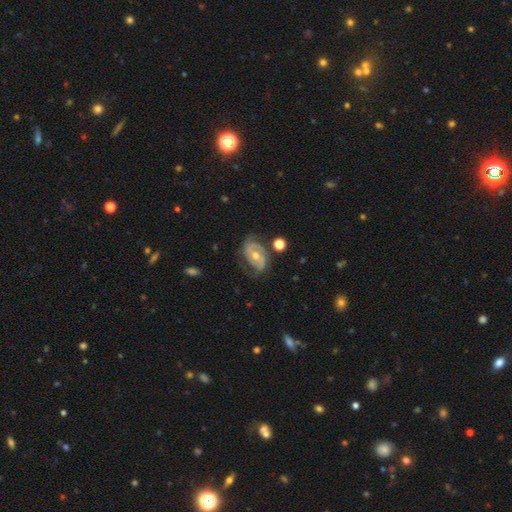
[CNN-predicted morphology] Smooth or featured? Predicted: featured or disk (p=0.80). Edge-on disk? Predicted: no (p=0.96). Bar? Predicted: no (p=0.58). Spiral arms? Predicted: yes (p=0.89). Spiral winding? Predicted: medium (p=0.41, tied with tight). Spiral arm count? Predicted: 2 (p=0.70). Bulge size? Predicted: moderate (p=0.62). Merging? Predicted: none (p=0.63).